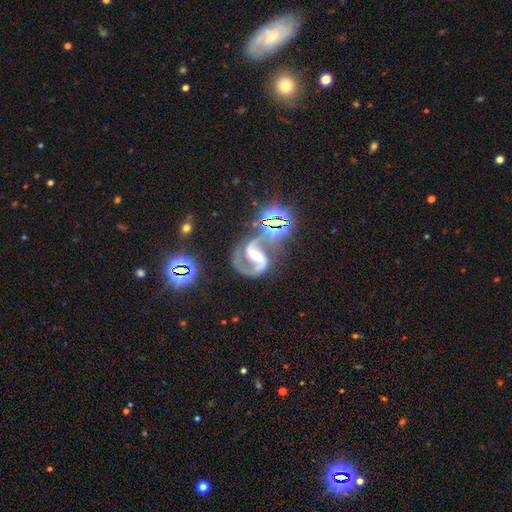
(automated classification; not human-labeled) smooth_or_featured: featured or disk (p=0.88) [alt: star or artifact p=0.09]
disk_edge_on: no (p=0.98) [alt: yes p=0.02]
bar: strong (p=0.55) [alt: weak p=0.29]
has_spiral_arms: yes (p=0.98) [alt: no p=0.02]
spiral_winding: medium (p=0.63) [alt: loose p=0.24]
spiral_arm_count: 2 (p=0.93) [alt: 1 p=0.03]
bulge_size: moderate (p=0.49) [alt: small p=0.45]
merging: none (p=0.66) [alt: minor disturbance p=0.16]